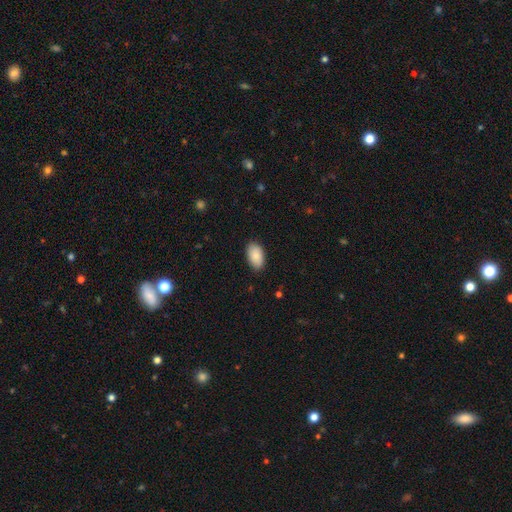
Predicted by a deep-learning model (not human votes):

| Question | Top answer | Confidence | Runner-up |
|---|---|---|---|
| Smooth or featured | smooth | 88% | star or artifact (6%) |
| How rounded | in between | 95% | round (4%) |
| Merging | none | 87% | minor disturbance (10%) |